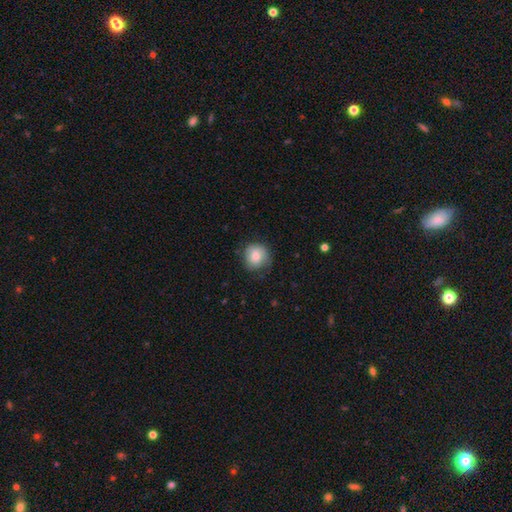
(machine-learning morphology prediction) Smooth or featured? smooth (68%)
How rounded? round (85%)
Merging? none (68%)